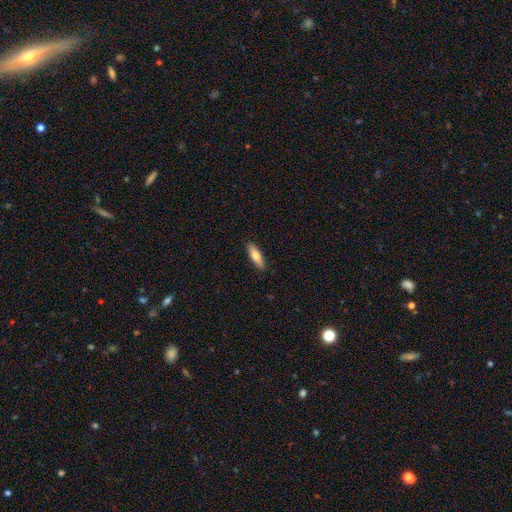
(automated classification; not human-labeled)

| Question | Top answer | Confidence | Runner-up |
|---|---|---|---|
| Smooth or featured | smooth | 70% | featured or disk (24%) |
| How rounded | cigar-shaped | 49% | tied: in between (49%) |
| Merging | none | 90% | minor disturbance (8%) |